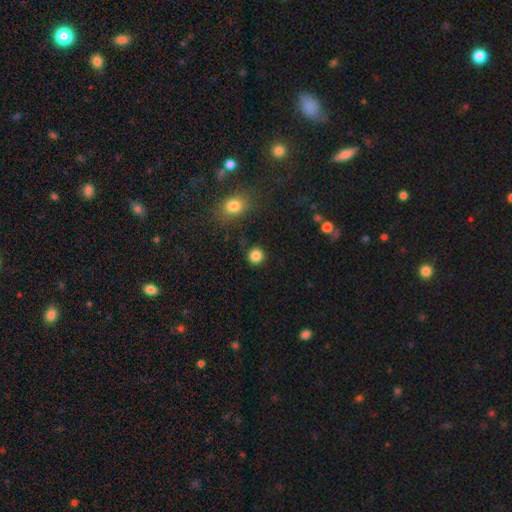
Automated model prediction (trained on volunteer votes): A smooth galaxy with no disk features (85%) that is round (92%).

Vote fractions:
- Smooth or featured? smooth: 85% / star or artifact: 11% / featured or disk: 3%
- How rounded? round: 92% / in between: 7% / cigar-shaped: 1%
- Merging? none: 90% / minor disturbance: 6% / major disturbance: 2% / merger: 2%